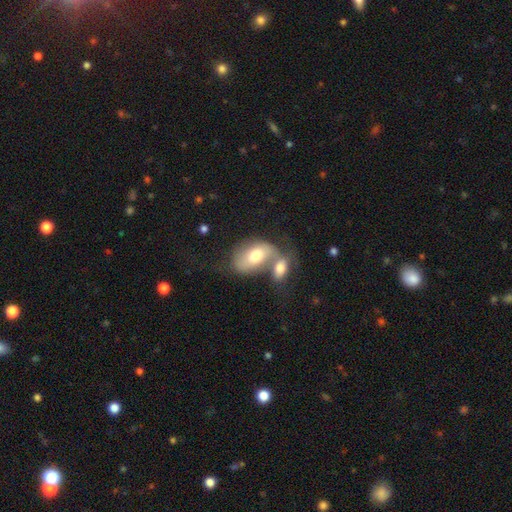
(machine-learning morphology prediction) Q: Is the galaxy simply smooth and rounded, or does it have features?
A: smooth — 63%.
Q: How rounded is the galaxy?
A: in between — 89%.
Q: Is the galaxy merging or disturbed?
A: merger — 59%.